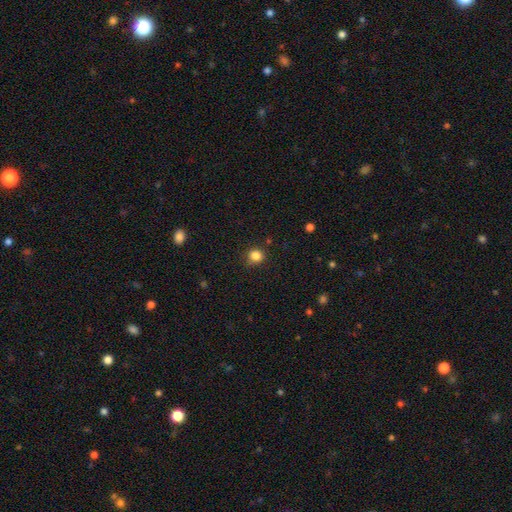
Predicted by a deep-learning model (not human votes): Q: Smooth or featured?
A: smooth (84%); runner-up: star or artifact (12%)
Q: How rounded?
A: round (86%); runner-up: in between (13%)
Q: Merging?
A: none (82%); runner-up: minor disturbance (13%)